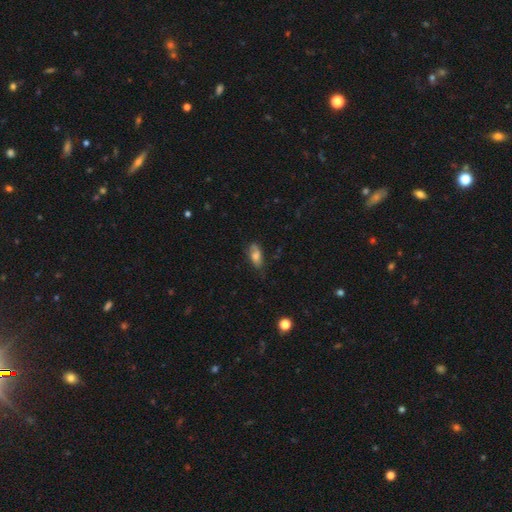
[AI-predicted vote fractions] smooth 69%, featured or disk 22%, star or artifact 9%. Down the decision tree: how rounded — in between (85%); merging — none (59%).